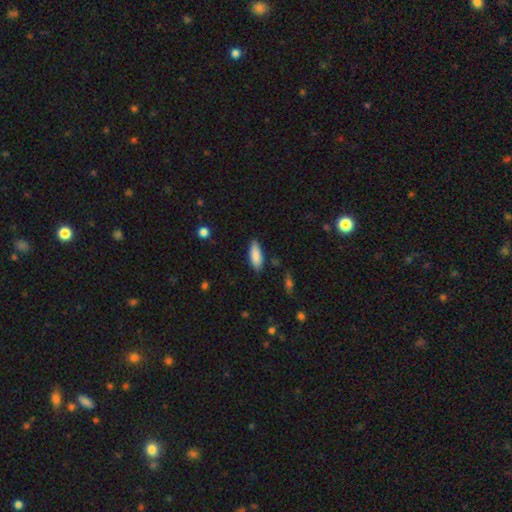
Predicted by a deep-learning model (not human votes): smooth_or_featured: smooth (p=0.86) [alt: featured or disk p=0.07]
how_rounded: in between (p=0.67) [alt: cigar-shaped p=0.32]
merging: none (p=0.84) [alt: minor disturbance p=0.13]